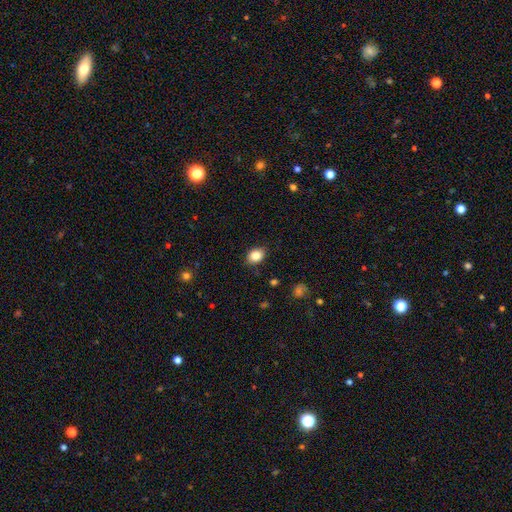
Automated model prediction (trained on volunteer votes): Smooth or featured?
  - smooth: 85% *
  - star or artifact: 9%
  - featured or disk: 6%
How rounded?
  - in between: 67% *
  - round: 32%
  - cigar-shaped: 1%
Merging?
  - none: 86% *
  - minor disturbance: 11%
  - major disturbance: 2%
  - merger: 1%